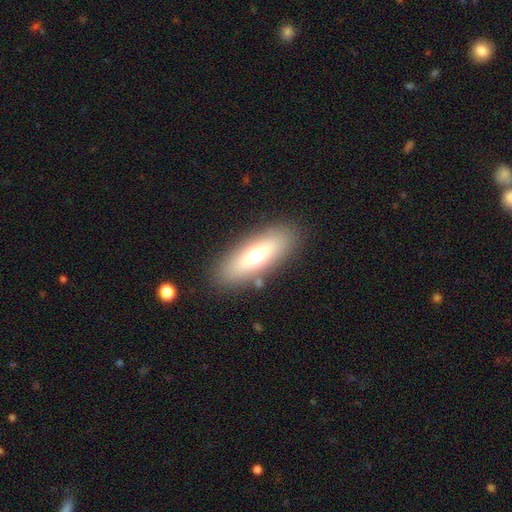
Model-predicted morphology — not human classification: Smooth or featured? Predicted: smooth (p=0.60). How rounded? Predicted: in between (p=0.68). Merging? Predicted: none (p=0.84).